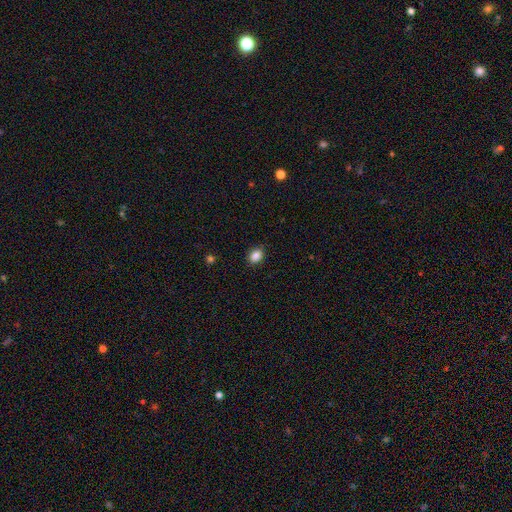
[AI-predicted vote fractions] A smooth galaxy with no disk features (86%) that is in between round and cigar-shaped (60%).

Vote fractions:
- Smooth or featured? smooth: 86% / star or artifact: 10% / featured or disk: 4%
- How rounded? in between: 60% / round: 39% / cigar-shaped: 1%
- Merging? none: 89% / minor disturbance: 8% / major disturbance: 2% / merger: 1%